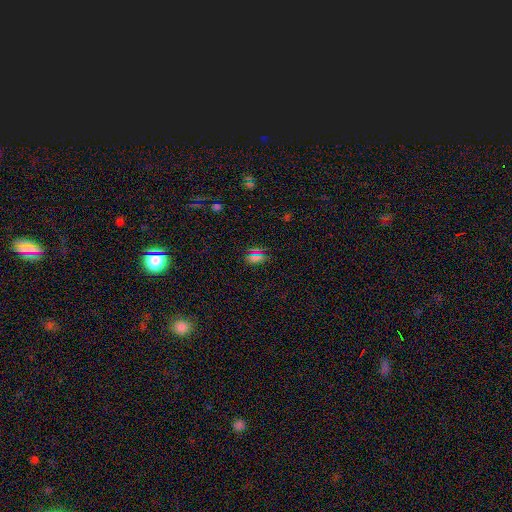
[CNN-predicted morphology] Smooth or featured? smooth (54%)
How rounded? in between (65%)
Merging? none (76%)